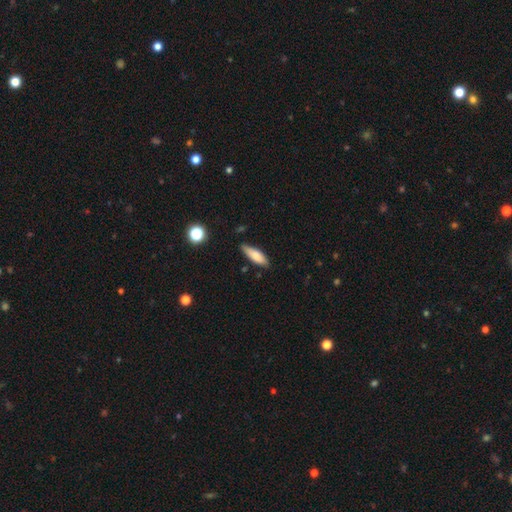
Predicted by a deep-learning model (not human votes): Smooth or featured? smooth (79%)
How rounded? in between (51%)
Merging? none (75%)